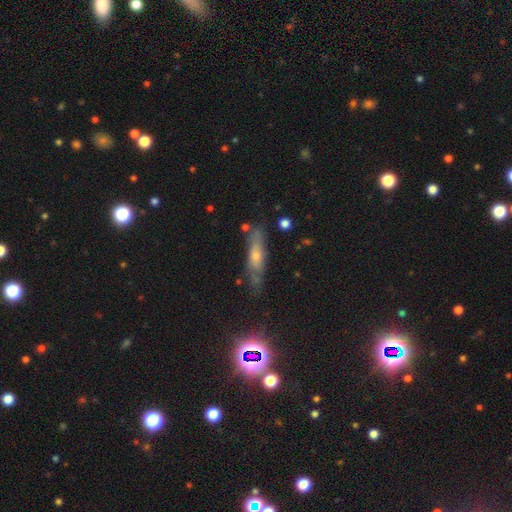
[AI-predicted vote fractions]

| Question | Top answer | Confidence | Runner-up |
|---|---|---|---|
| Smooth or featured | featured or disk | 43% | smooth (41%) |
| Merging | none | 69% | minor disturbance (21%) |